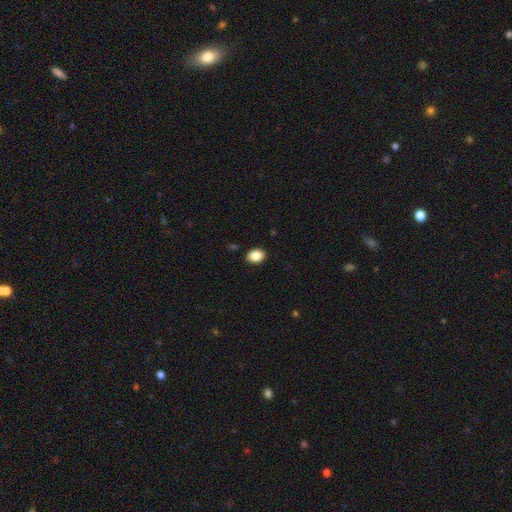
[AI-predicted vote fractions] This is clearly a smooth galaxy (88%). How rounded: likely in between (69%). Merging: clearly none (90%).